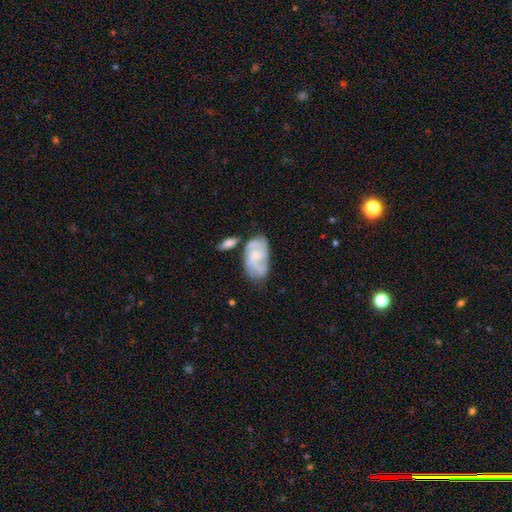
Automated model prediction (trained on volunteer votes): Smooth or featured?
  - featured or disk: 67% *
  - smooth: 26%
  - star or artifact: 7%
Edge-on disk?
  - no: 96% *
  - yes: 4%
Bar?
  - no: 59% *
  - weak: 36%
  - strong: 6%
Spiral arms?
  - yes: 89% *
  - no: 11%
Spiral winding?
  - medium: 44% *
  - tight: 38%
  - loose: 18%
Spiral arm count?
  - 2: 30% *
  - 3: 29%
  - can't tell: 27%
  - 4: 7%
  - 1: 4%
  - more than 4: 3%
Bulge size?
  - small: 44% *
  - none: 27%
  - moderate: 25%
  - large: 3%
  - dominant: 1%
Merging?
  - none: 48% *
  - minor disturbance: 25%
  - merger: 16%
  - major disturbance: 11%